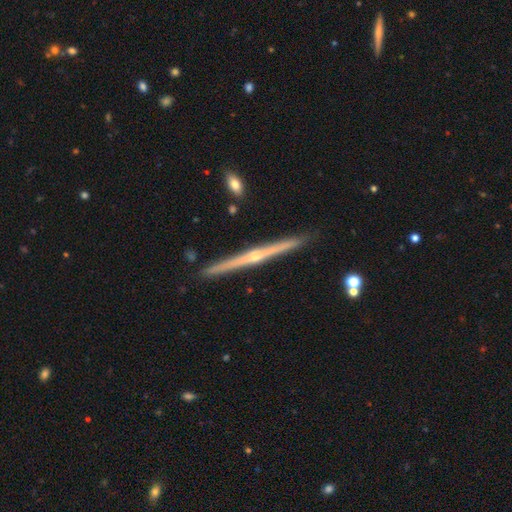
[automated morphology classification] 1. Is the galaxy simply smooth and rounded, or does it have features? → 84% featured or disk, 11% smooth, 5% star or artifact.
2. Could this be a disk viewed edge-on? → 99% yes, 1% no.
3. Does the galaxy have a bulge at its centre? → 81% rounded, 15% none, 4% boxy.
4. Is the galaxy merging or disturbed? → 92% none, 6% minor disturbance, 2% merger, 1% major disturbance.